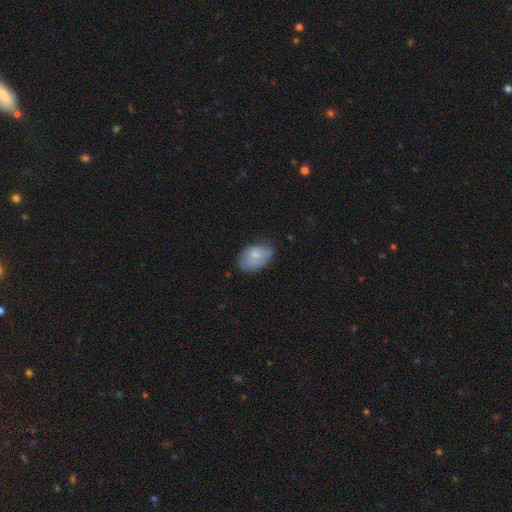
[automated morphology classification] Smooth or featured?
  - smooth: 73% *
  - featured or disk: 20%
  - star or artifact: 7%
How rounded?
  - in between: 86% *
  - round: 13%
  - cigar-shaped: 1%
Merging?
  - none: 53% *
  - minor disturbance: 37%
  - major disturbance: 9%
  - merger: 2%